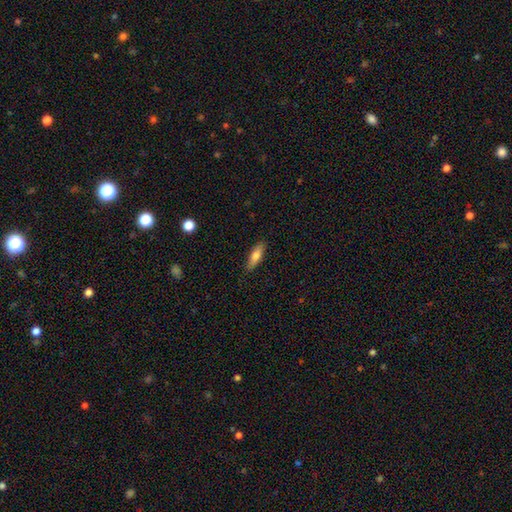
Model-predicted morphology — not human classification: smooth 72%, featured or disk 21%, star or artifact 6%. Down the decision tree: how rounded — cigar-shaped (50%); merging — none (86%).